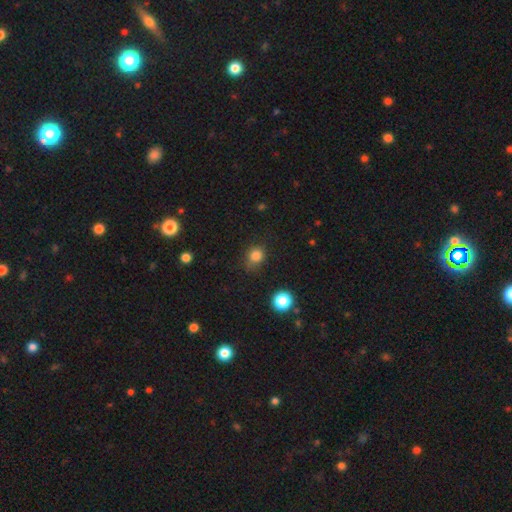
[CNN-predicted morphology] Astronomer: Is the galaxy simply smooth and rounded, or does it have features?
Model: smooth — 82%.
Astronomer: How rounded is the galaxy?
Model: round — 74%.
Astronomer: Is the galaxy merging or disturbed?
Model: none — 66%.